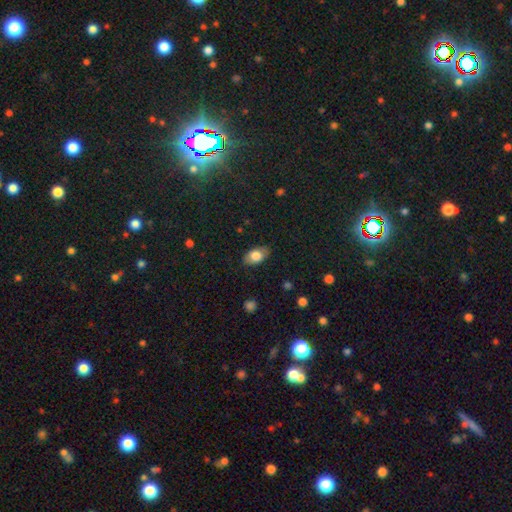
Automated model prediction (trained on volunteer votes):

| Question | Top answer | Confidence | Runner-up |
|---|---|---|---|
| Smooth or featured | smooth | 77% | featured or disk (16%) |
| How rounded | in between | 91% | round (7%) |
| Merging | none | 83% | minor disturbance (13%) |